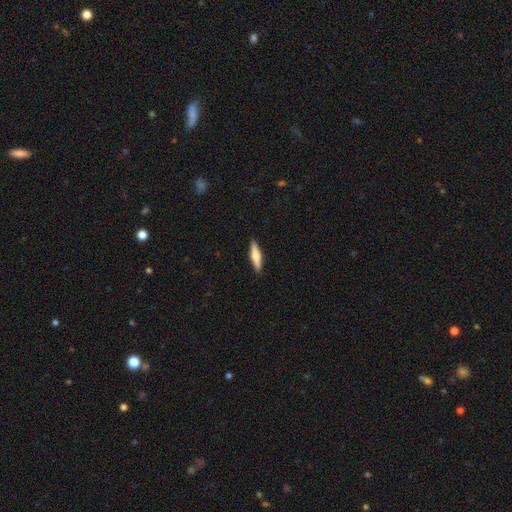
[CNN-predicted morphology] smooth-or-featured: smooth: 60% | featured or disk: 35% | star or artifact: 5%
  how-rounded: cigar-shaped: 79% | in between: 19% | round: 2%
  merging: none: 91% | minor disturbance: 7% | major disturbance: 2% | merger: 1%